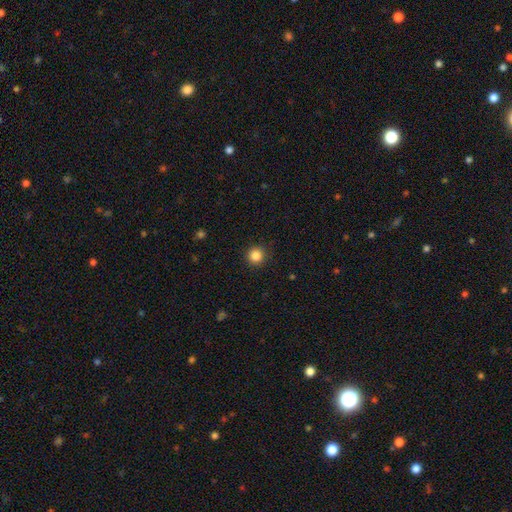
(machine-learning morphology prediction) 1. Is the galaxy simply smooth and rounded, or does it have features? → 86% smooth, 11% star or artifact, 3% featured or disk.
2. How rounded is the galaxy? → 95% round, 5% in between, 1% cigar-shaped.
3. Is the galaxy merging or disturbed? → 91% none, 6% minor disturbance, 2% major disturbance, 1% merger.